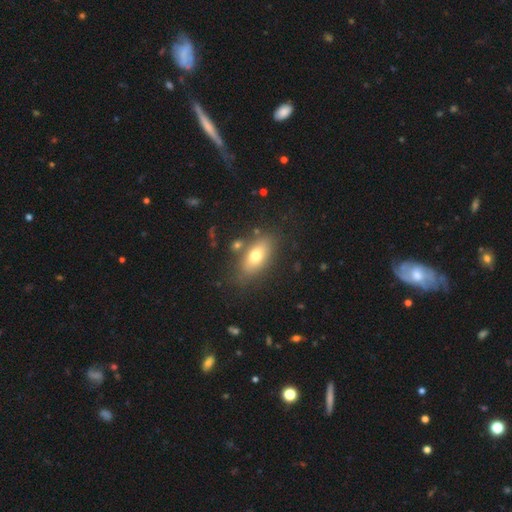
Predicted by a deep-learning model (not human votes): The model was most divided on "smooth or featured": smooth: 71%, featured or disk: 21%, star or artifact: 8%. More confident: how rounded — in between (83%); merging — none (77%).